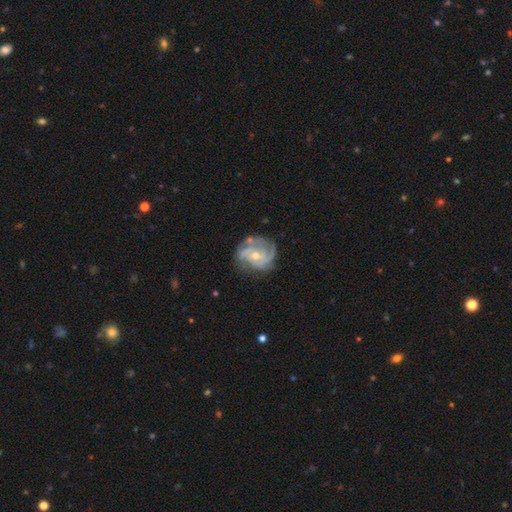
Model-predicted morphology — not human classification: Overall: featured or disk (85%). Edge-on disk: no (98%). Bar: no (65%; weak 28%). Spiral arms: yes (95%). Spiral arm count: 3 (37%; 2 24%). Spiral winding: tight (52%; medium 38%). Bulge size: small (52%; moderate 45%). Merging: none (69%).